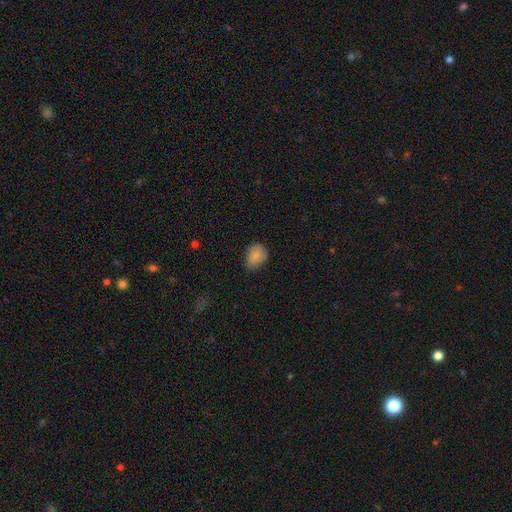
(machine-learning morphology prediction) The model was most divided on "how rounded": in between: 56%, round: 43%, cigar-shaped: 1%. More confident: smooth or featured — smooth (85%); merging — none (62%).